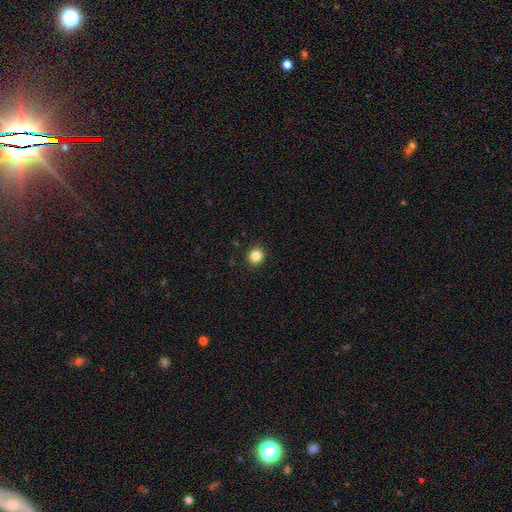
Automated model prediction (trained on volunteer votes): This appears to be a smooth galaxy with no disk features (85%) that is round (85%). Merging: none (92%).